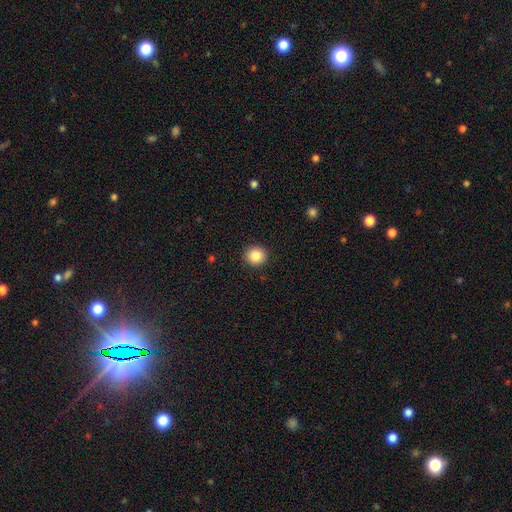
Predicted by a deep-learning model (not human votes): The model was most divided on "smooth or featured": smooth: 86%, star or artifact: 9%, featured or disk: 4%. More confident: merging — none (92%); how rounded — round (91%).